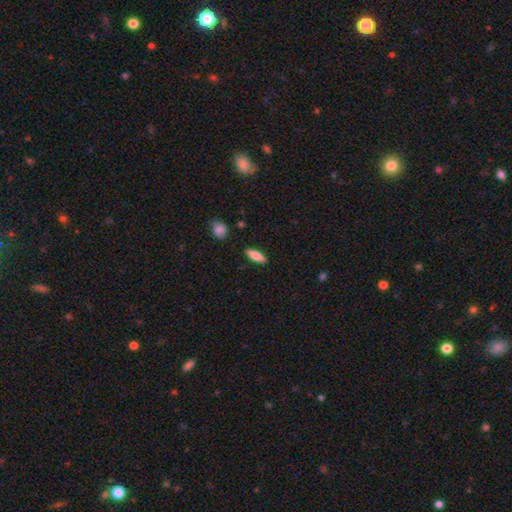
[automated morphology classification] This appears to be a smooth galaxy with no disk features (81%) that is in between round and cigar-shaped (61%). Merging: none (88%).